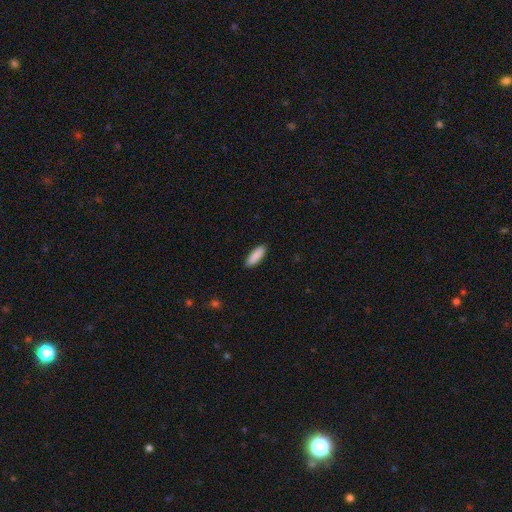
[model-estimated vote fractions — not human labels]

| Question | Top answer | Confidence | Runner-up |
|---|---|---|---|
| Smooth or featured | smooth | 90% | star or artifact (6%) |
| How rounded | in between | 56% | cigar-shaped (42%) |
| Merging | none | 90% | minor disturbance (8%) |